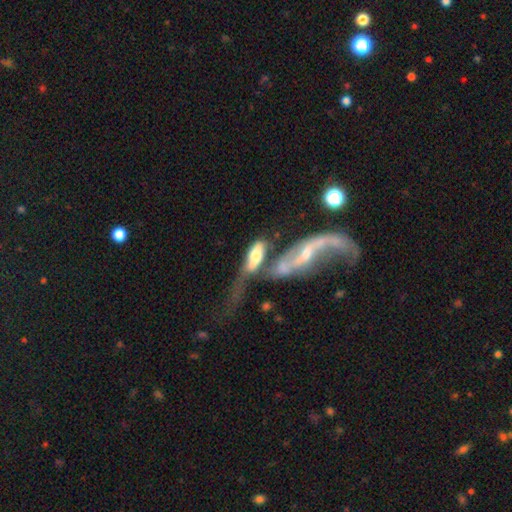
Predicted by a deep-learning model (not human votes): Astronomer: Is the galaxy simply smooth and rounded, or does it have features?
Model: featured or disk — 47% (runner-up: smooth, 45%).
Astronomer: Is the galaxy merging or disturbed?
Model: merger — 61%.